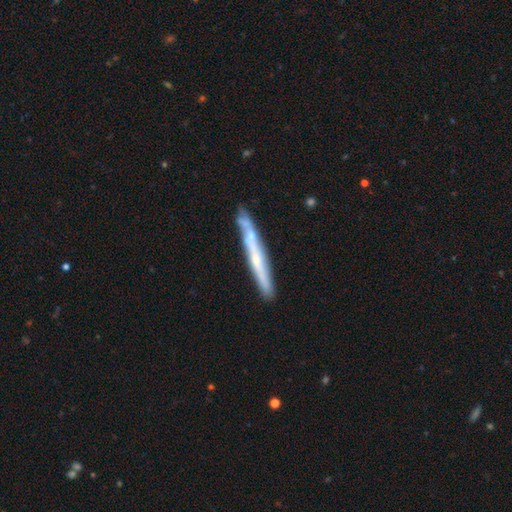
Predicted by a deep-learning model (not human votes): Overall: featured or disk (64%; smooth 30%). Edge-on disk: yes (89%). Edge-on bulge: none (53%; rounded 43%). Merging: none (80%).